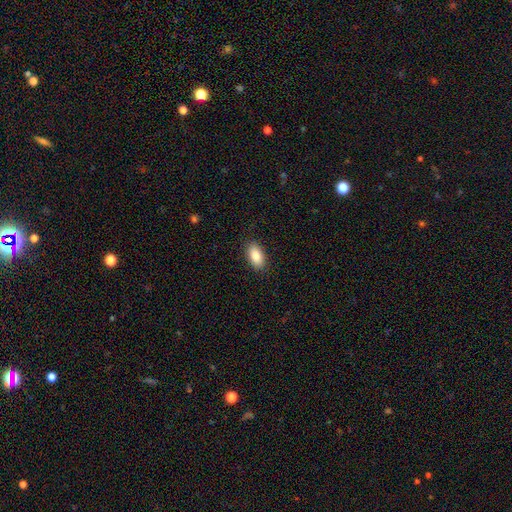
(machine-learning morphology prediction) A smooth galaxy with no disk features (88%) that is in between round and cigar-shaped (93%). Merging: none (88%).